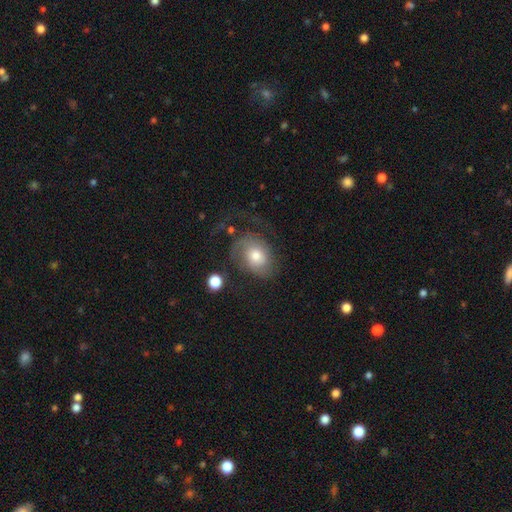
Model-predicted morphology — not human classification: type=featured or disk (59%); edge-on=no (96%); bar=no (76%); spiral arms=yes (83%); bulge=moderate (66%); merging=none (44%).